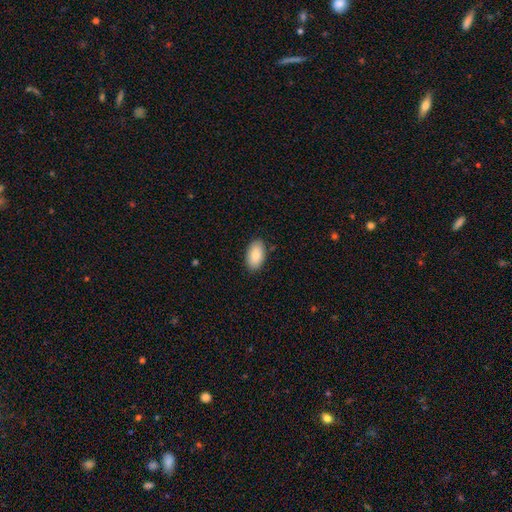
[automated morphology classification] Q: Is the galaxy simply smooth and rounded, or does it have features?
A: smooth — 84%.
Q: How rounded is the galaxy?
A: in between — 94%.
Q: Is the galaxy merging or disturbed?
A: none — 86%.